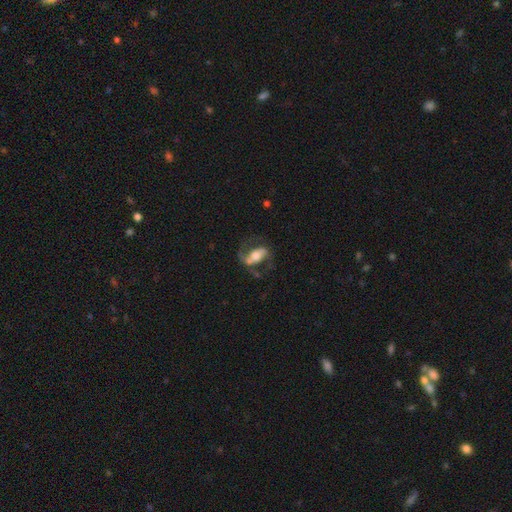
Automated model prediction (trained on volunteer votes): Smooth or featured? featured or disk (73%)
Edge-on disk? no (93%)
Bar? strong (46%)
Spiral arms? yes (87%)
Spiral winding? medium (46%)
Spiral arm count? 2 (87%)
Bulge size? moderate (52%)
Merging? none (60%)